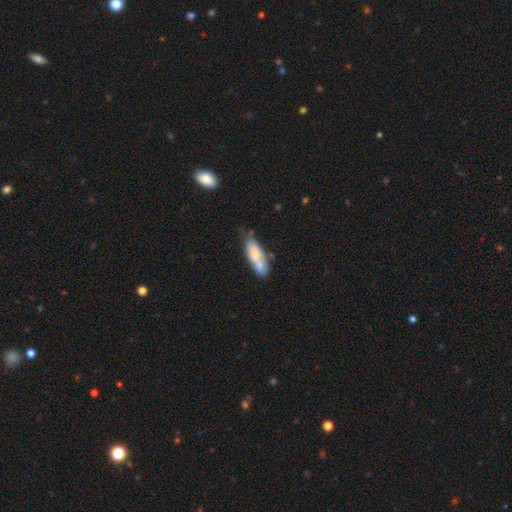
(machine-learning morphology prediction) Q: Smooth or featured?
A: smooth (73%); runner-up: featured or disk (21%)
Q: How rounded?
A: in between (57%); runner-up: cigar-shaped (41%)
Q: Merging?
A: none (45%); runner-up: minor disturbance (24%)